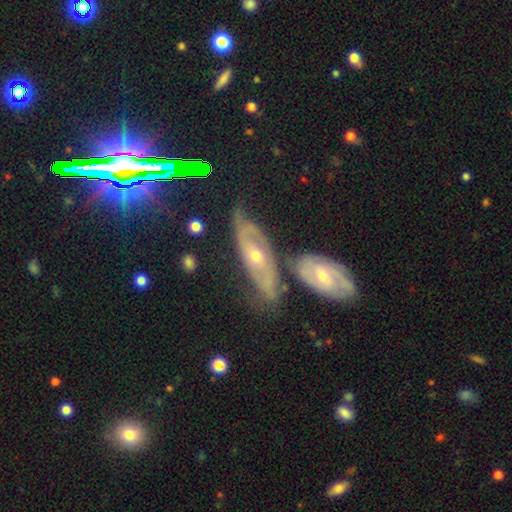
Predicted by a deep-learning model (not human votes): A featured or disk galaxy (61%).

Vote fractions:
- Smooth or featured? featured or disk: 61% / star or artifact: 25% / smooth: 13%
- Edge-on disk? no: 67% / yes: 33%
- Merging? none: 62% / minor disturbance: 16% / merger: 14% / major disturbance: 7%